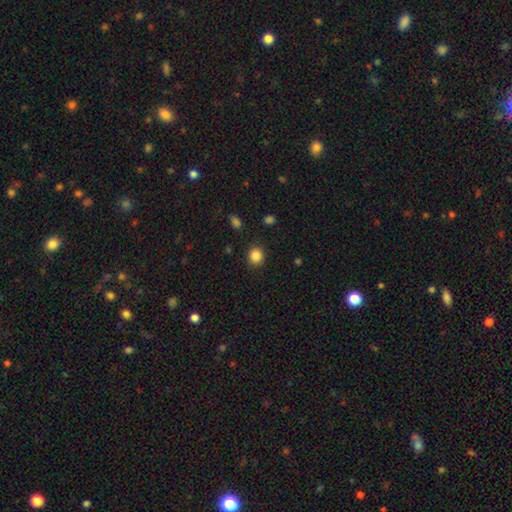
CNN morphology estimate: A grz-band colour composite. It shows a smooth galaxy with no disk features (85%) that is round (84%). Merging: none (90%).